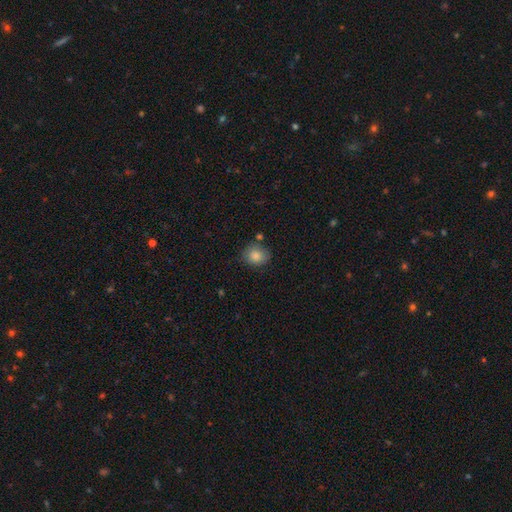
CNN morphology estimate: A smooth galaxy with no disk features (85%) that is round (66%).

Vote fractions:
- Smooth or featured? smooth: 85% / star or artifact: 9% / featured or disk: 6%
- How rounded? round: 66% / in between: 33% / cigar-shaped: 1%
- Merging? none: 72% / minor disturbance: 18% / merger: 6% / major disturbance: 4%